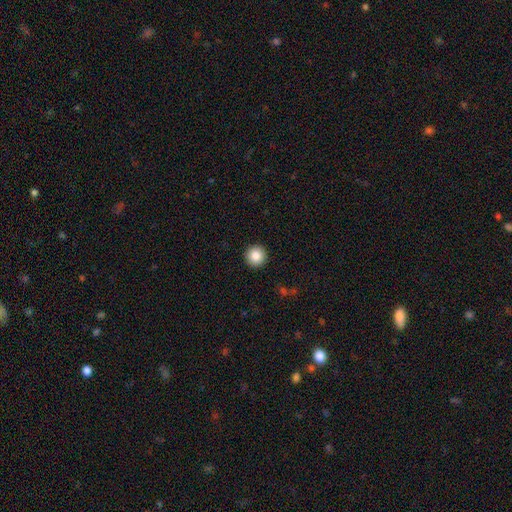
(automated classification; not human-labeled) Morphology: type=smooth (86%); roundness=round (96%); merging=none (93%).